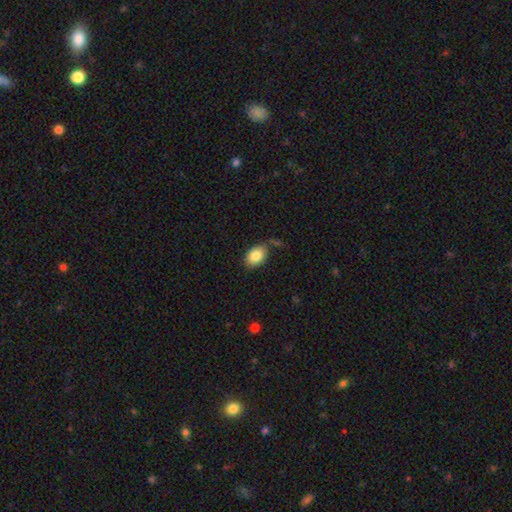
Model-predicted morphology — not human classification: This appears to be a smooth galaxy with no disk features (85%) that is in between round and cigar-shaped (85%). Merging: none (71%).